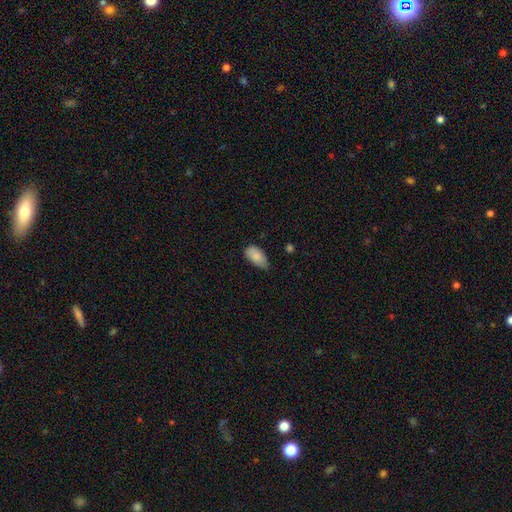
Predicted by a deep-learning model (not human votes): Smooth or featured: smooth — 85% (featured or disk — 8%)
How rounded: in between — 94% (round — 4%)
Merging: none — 51% (minor disturbance — 41%)